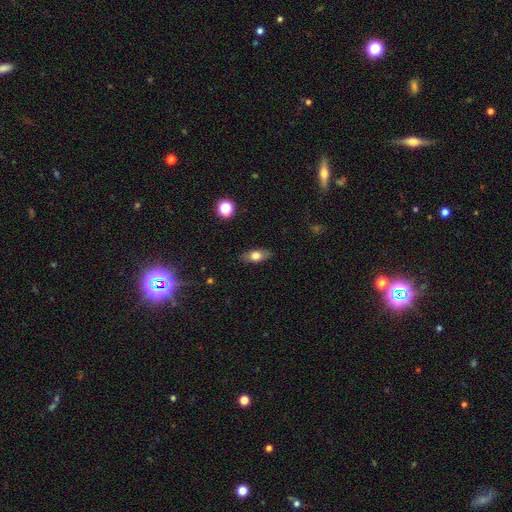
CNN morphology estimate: A smooth galaxy with no disk features (70%) that is in between round and cigar-shaped (80%). Merging: none (85%).